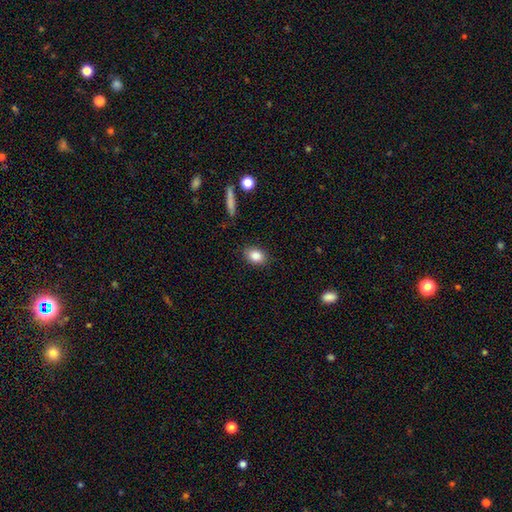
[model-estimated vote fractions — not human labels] Smooth or featured?
  - smooth: 84% *
  - star or artifact: 9%
  - featured or disk: 7%
How rounded?
  - in between: 74% *
  - round: 24%
  - cigar-shaped: 2%
Merging?
  - none: 85% *
  - minor disturbance: 11%
  - major disturbance: 3%
  - merger: 1%